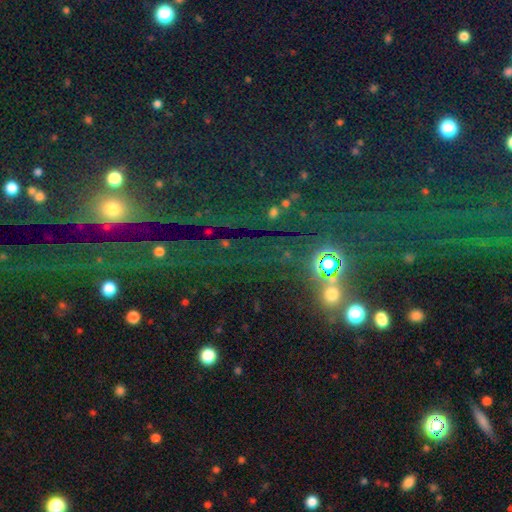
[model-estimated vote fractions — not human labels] smooth_or_featured: star or artifact (p=0.70) [alt: smooth p=0.21]